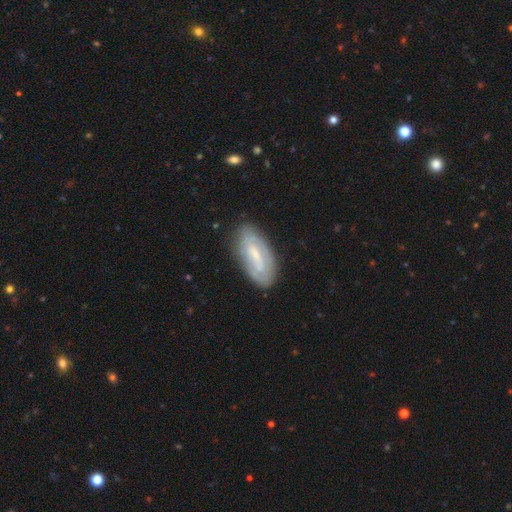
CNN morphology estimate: A featured or disk galaxy (58%) with a weak bar (48%), spiral arms (69%) and a small central bulge (55%). Merging: none (79%).